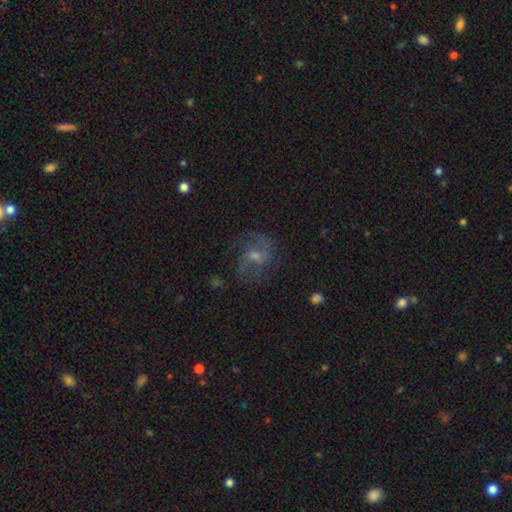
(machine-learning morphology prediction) Smooth or featured? Predicted: featured or disk (p=0.77). Edge-on disk? Predicted: no (p=0.97). Bar? Predicted: weak (p=0.51). Spiral arms? Predicted: yes (p=0.93). Spiral winding? Predicted: medium (p=0.46). Spiral arm count? Predicted: 2 (p=0.79). Bulge size? Predicted: small (p=0.50). Merging? Predicted: none (p=0.70).